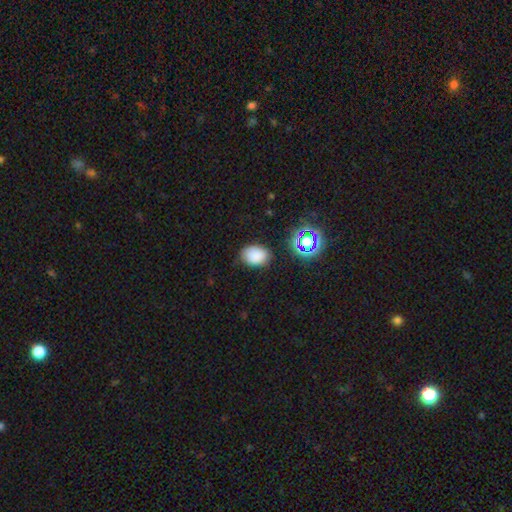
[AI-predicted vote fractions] The model was most divided on "how rounded": in between: 76%, round: 23%, cigar-shaped: 1%. More confident: smooth or featured — smooth (80%); merging — none (77%).